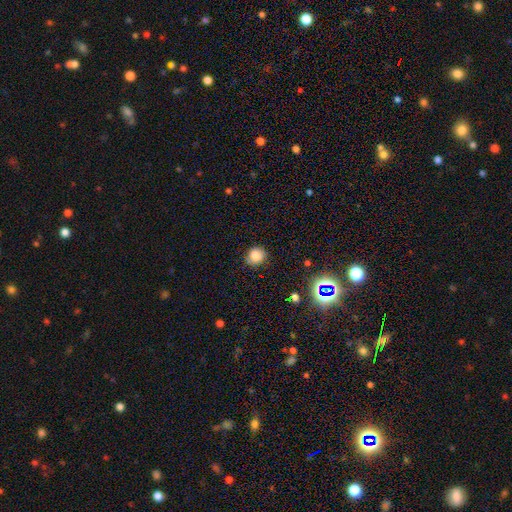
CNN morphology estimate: The model was most divided on "how rounded": round: 79%, in between: 20%, cigar-shaped: 1%. More confident: smooth or featured — smooth (80%); merging — none (78%).